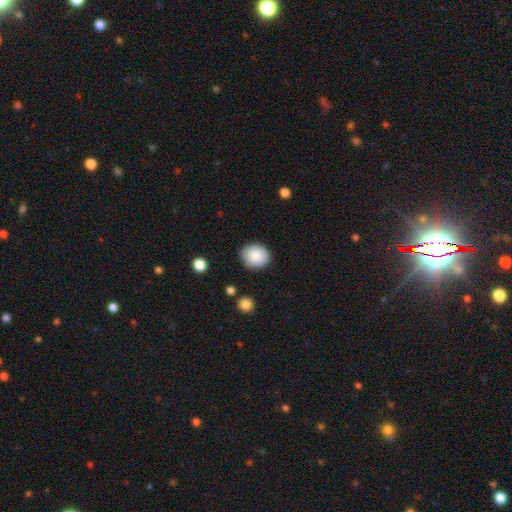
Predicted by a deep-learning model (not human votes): smooth 87%, star or artifact 7%, featured or disk 5%. Down the decision tree: how rounded — round (66%); merging — none (85%).